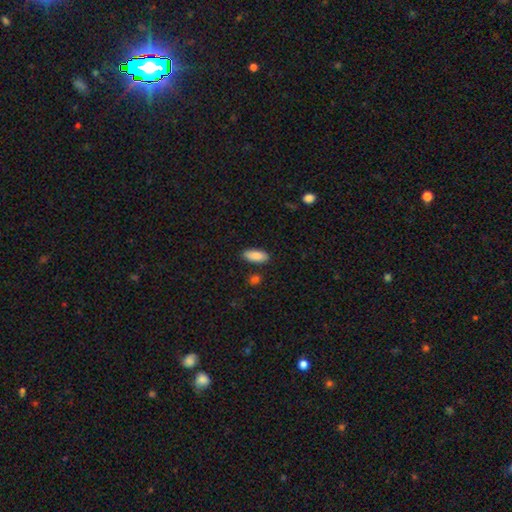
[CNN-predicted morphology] Smooth or featured: smooth — 89% (star or artifact — 6%)
How rounded: in between — 85% (cigar-shaped — 14%)
Merging: none — 86% (minor disturbance — 9%)